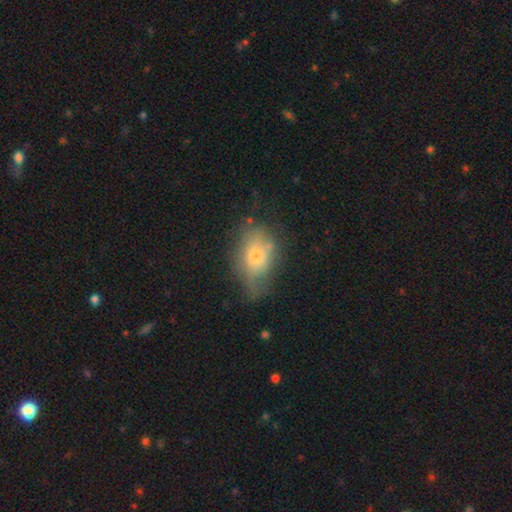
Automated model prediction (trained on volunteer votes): Smooth or featured? Predicted: smooth (p=0.54). How rounded? Predicted: in between (p=0.80). Merging? Predicted: none (p=0.44).